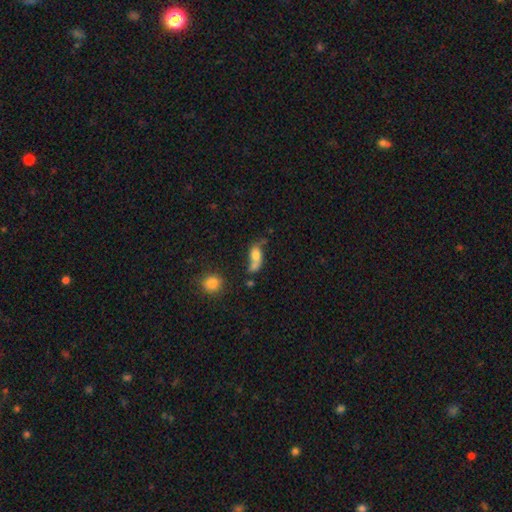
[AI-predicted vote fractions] Q: Smooth or featured?
A: smooth (55%); runner-up: featured or disk (34%)
Q: How rounded?
A: in between (73%); runner-up: cigar-shaped (14%)
Q: Merging?
A: none (32%); runner-up: merger (31%)